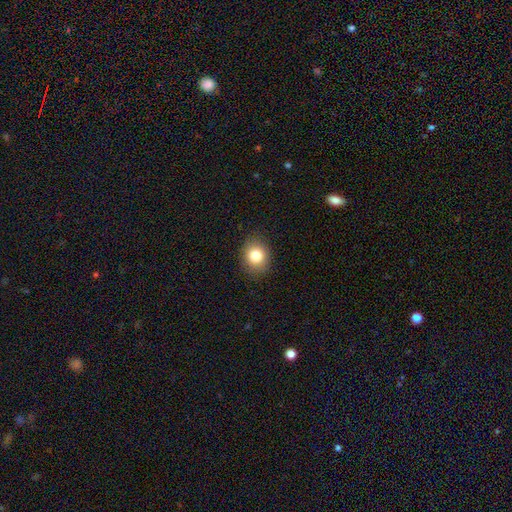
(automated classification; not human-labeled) This is clearly a smooth galaxy (82%). How rounded: likely round (60%). Merging: clearly none (88%).